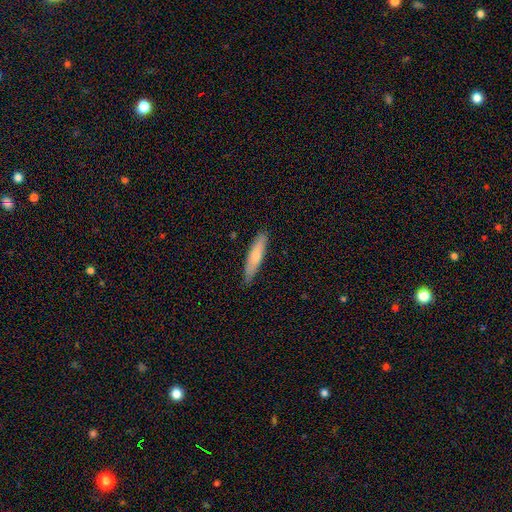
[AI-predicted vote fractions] Smooth or featured? Predicted: smooth (p=0.68). How rounded? Predicted: cigar-shaped (p=0.82). Merging? Predicted: none (p=0.86).